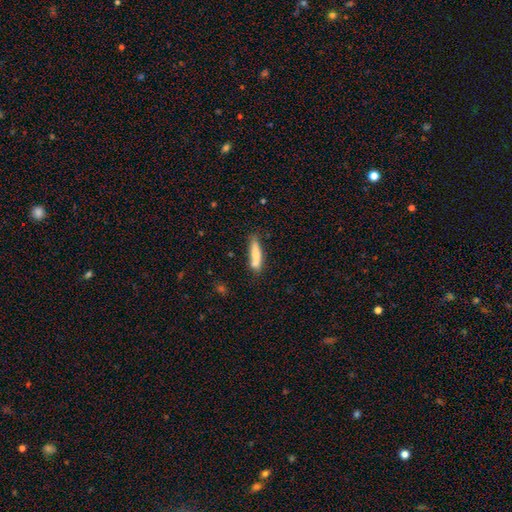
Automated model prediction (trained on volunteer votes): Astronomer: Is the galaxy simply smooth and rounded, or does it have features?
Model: smooth — 77%.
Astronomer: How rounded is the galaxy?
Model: cigar-shaped — 78%.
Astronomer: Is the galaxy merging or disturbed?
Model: none — 66%.